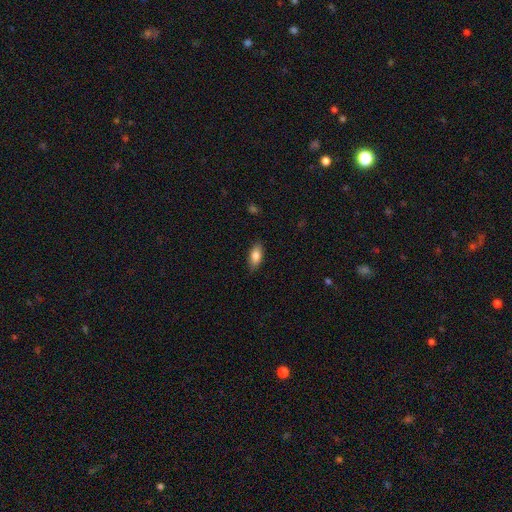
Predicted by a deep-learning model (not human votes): Morphology: type=smooth (84%); roundness=in between (87%); merging=none (85%).